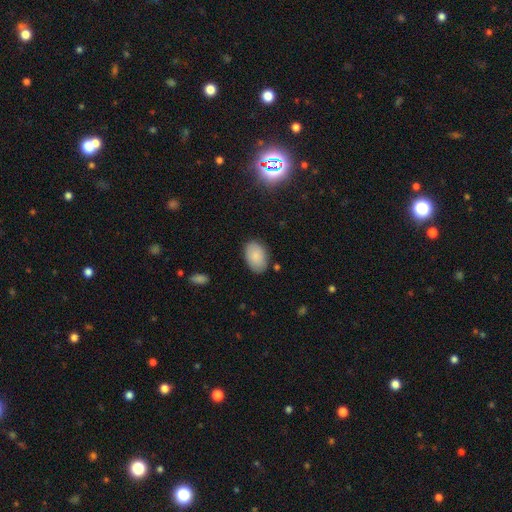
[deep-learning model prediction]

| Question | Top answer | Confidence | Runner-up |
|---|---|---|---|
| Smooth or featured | smooth | 86% | featured or disk (7%) |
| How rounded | in between | 91% | round (8%) |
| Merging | none | 84% | minor disturbance (12%) |